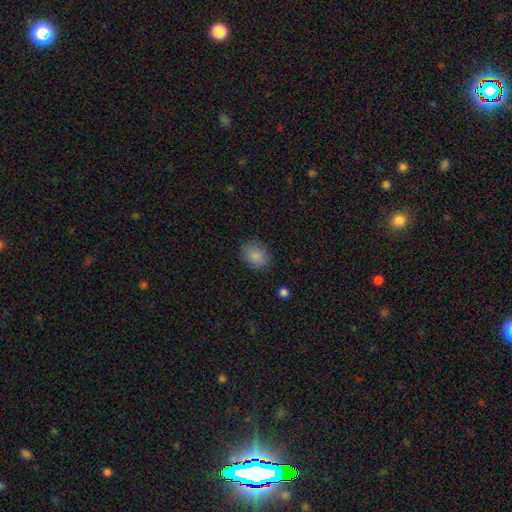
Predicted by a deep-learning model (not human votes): smooth_or_featured: smooth (p=0.87) [alt: star or artifact p=0.08]
how_rounded: in between (p=0.55) [alt: round p=0.44]
merging: none (p=0.84) [alt: minor disturbance p=0.12]